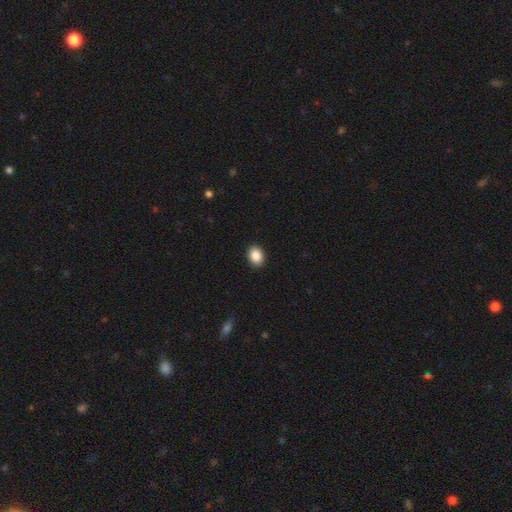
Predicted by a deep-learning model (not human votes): A smooth galaxy with no disk features (88%) that is in between round and cigar-shaped (63%).

Vote fractions:
- Smooth or featured? smooth: 88% / star or artifact: 8% / featured or disk: 4%
- How rounded? in between: 63% / round: 36% / cigar-shaped: 1%
- Merging? none: 92% / minor disturbance: 6% / major disturbance: 2% / merger: 1%